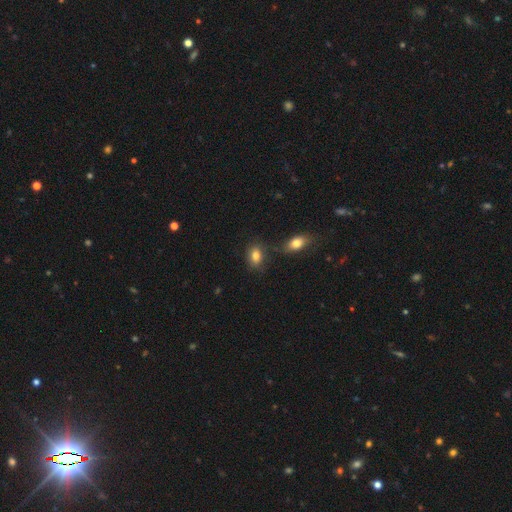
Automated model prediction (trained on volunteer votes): Morphology: type=smooth (83%); roundness=in between (79%); merging=none (71%).